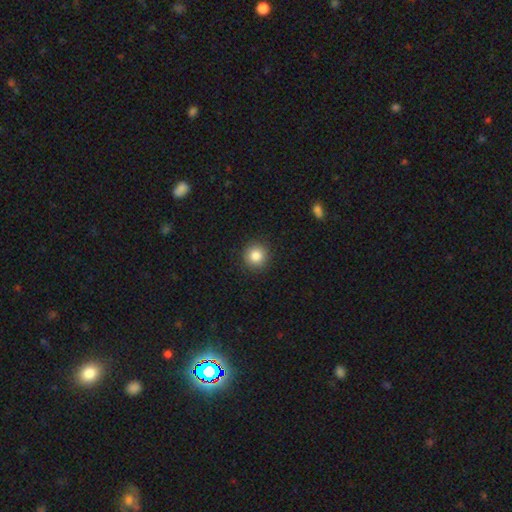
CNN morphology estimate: Smooth or featured? smooth (84%)
How rounded? round (94%)
Merging? none (92%)